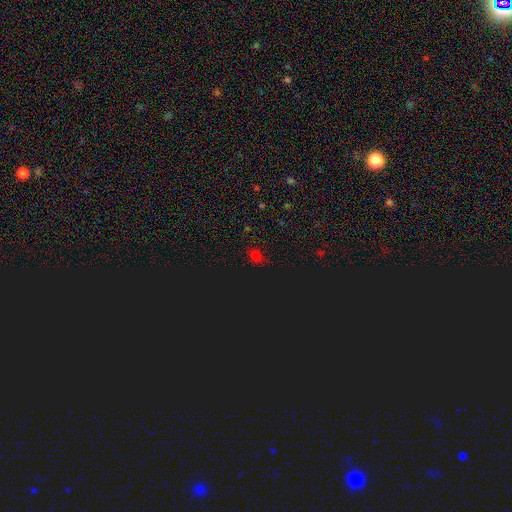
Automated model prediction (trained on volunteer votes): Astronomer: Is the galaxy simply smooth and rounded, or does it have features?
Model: smooth — 51% (runner-up: star or artifact, 44%).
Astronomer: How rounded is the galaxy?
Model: round — 51% (runner-up: in between, 47%).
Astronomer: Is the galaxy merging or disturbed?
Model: none — 78%.